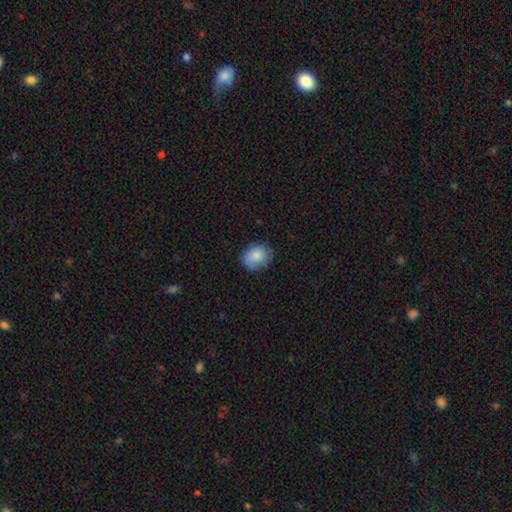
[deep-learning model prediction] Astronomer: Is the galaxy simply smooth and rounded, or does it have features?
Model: smooth — 87%.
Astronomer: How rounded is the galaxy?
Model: in between — 58% (runner-up: round, 41%).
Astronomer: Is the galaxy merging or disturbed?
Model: none — 80%.